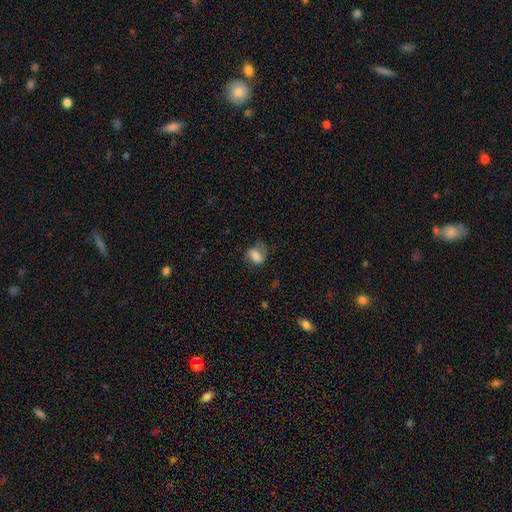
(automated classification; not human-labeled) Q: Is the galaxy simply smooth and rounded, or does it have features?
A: smooth — 70%.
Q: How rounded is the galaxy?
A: in between — 73%.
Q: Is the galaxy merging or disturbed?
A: none — 47%.